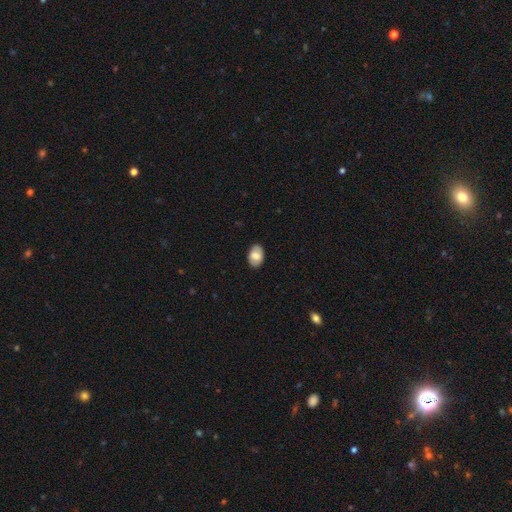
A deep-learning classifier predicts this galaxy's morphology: type=smooth (77%); roundness=in between (87%); merging=none (87%).